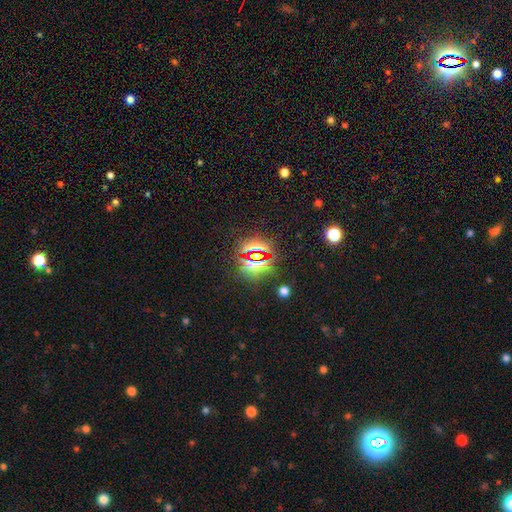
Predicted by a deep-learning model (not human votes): Q: Smooth or featured?
A: star or artifact (74%); runner-up: smooth (17%)